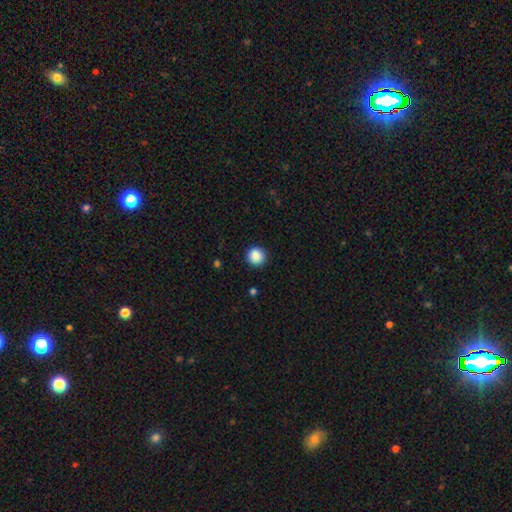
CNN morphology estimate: Smooth or featured? Predicted: smooth (p=0.88). How rounded? Predicted: round (p=0.93). Merging? Predicted: none (p=0.92).